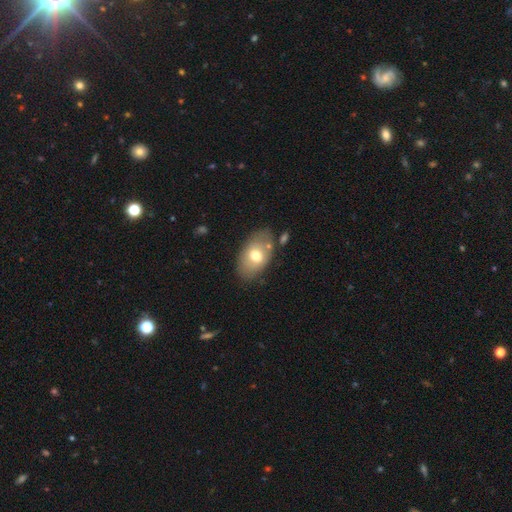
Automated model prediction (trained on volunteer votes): smooth-or-featured: smooth: 67% | featured or disk: 26% | star or artifact: 7%
  how-rounded: in between: 89% | round: 9% | cigar-shaped: 1%
  merging: none: 73% | minor disturbance: 16% | merger: 7% | major disturbance: 5%